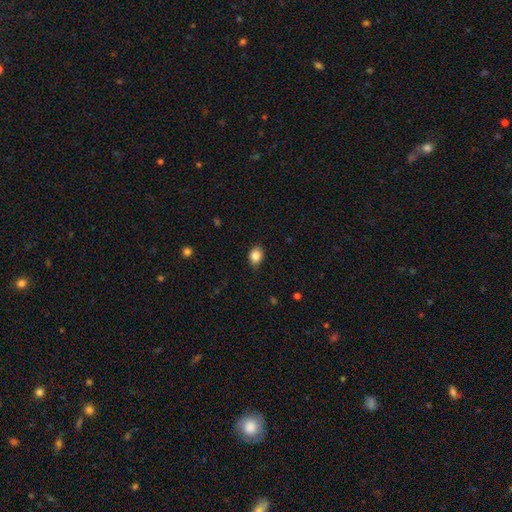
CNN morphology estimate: smooth-or-featured: smooth: 84% | star or artifact: 9% | featured or disk: 7%
  how-rounded: in between: 64% | round: 35% | cigar-shaped: 1%
  merging: none: 83% | minor disturbance: 14% | major disturbance: 2% | merger: 1%